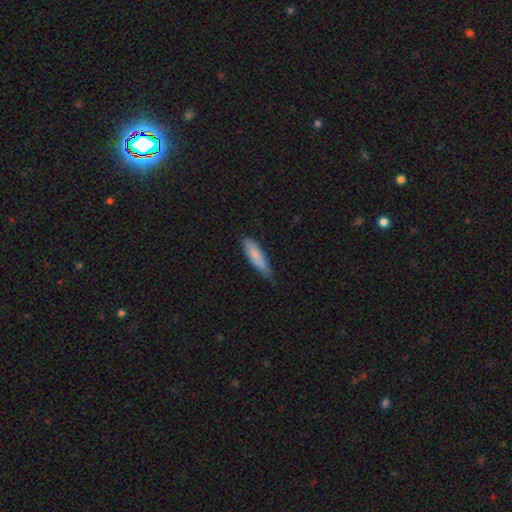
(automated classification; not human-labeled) A smooth galaxy with no disk features (79%) that is cigar-shaped (64%). Merging: none (64%).